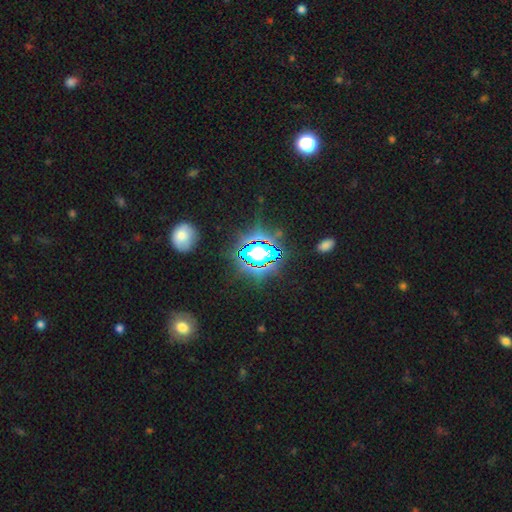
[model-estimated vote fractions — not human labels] This is likely a star or artifact rather than a galaxy (78%).